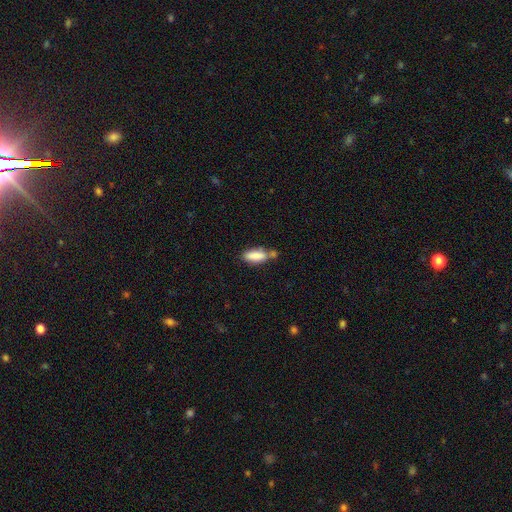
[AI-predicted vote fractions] The model was most divided on "merging": none: 49%, merger: 26%, minor disturbance: 19%, major disturbance: 6%. More confident: smooth or featured — smooth (84%); how rounded — in between (71%).